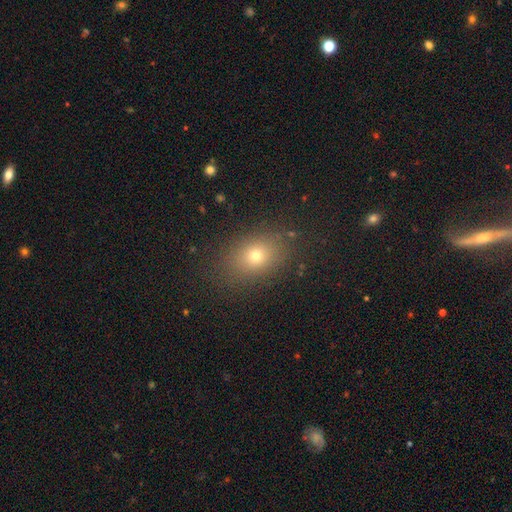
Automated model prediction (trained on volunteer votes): Q: Smooth or featured?
A: smooth (71%); runner-up: star or artifact (16%)
Q: How rounded?
A: in between (65%); runner-up: round (33%)
Q: Merging?
A: none (84%); runner-up: minor disturbance (10%)